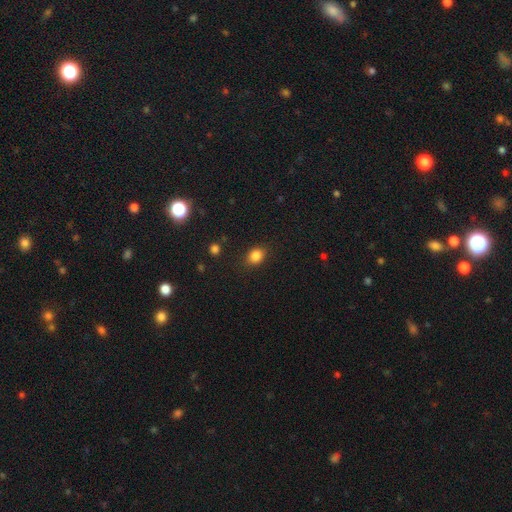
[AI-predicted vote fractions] Smooth or featured? smooth (85%)
How rounded? in between (52%)
Merging? none (85%)